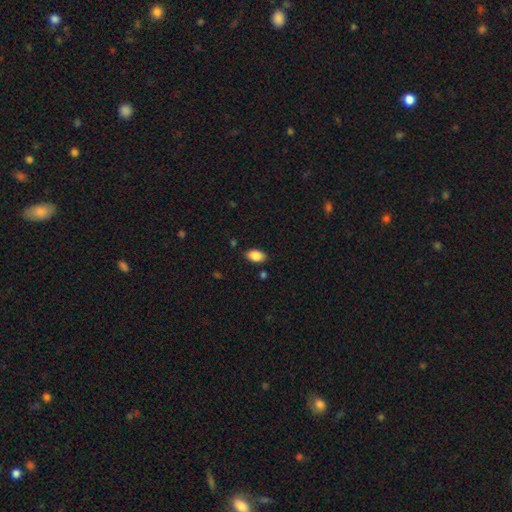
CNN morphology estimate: A smooth galaxy with no disk features (87%) that is in between round and cigar-shaped (92%).

Vote fractions:
- Smooth or featured? smooth: 87% / star or artifact: 8% / featured or disk: 5%
- How rounded? in between: 92% / round: 6% / cigar-shaped: 2%
- Merging? none: 84% / minor disturbance: 12% / major disturbance: 3% / merger: 2%